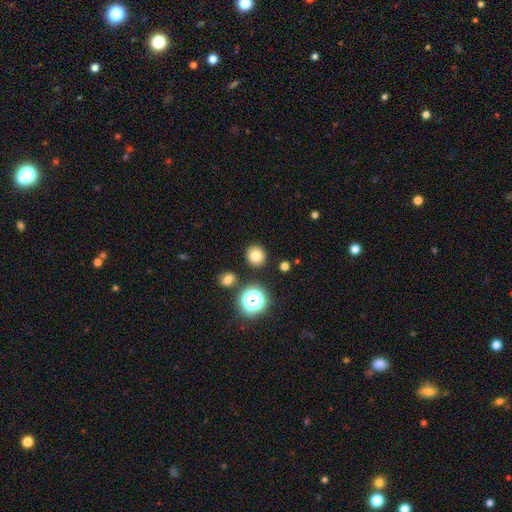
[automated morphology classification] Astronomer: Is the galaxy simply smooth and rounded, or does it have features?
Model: smooth — 78%.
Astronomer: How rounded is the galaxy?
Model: round — 86%.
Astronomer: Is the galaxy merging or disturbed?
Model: none — 88%.